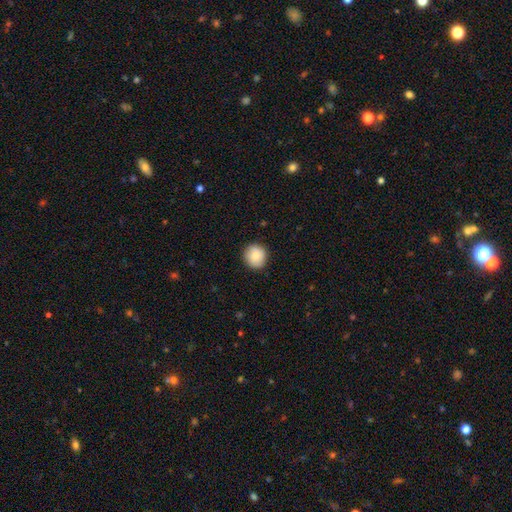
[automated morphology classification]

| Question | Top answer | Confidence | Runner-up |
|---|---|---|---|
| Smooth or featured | smooth | 86% | star or artifact (8%) |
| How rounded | round | 90% | in between (9%) |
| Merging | none | 89% | minor disturbance (8%) |